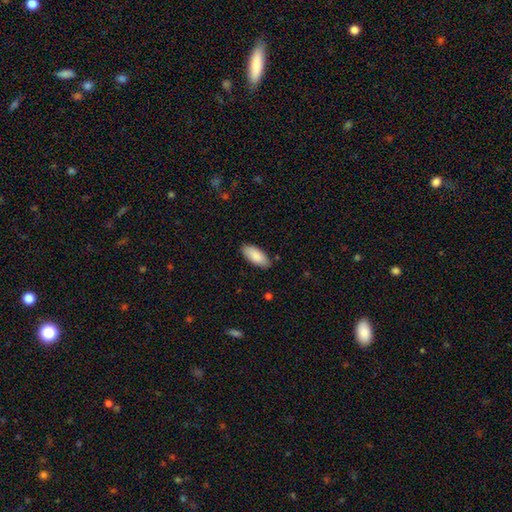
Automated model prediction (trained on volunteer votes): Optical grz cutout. It shows a smooth galaxy with no disk features (87%) that is in between round and cigar-shaped (87%). Merging: none (86%).